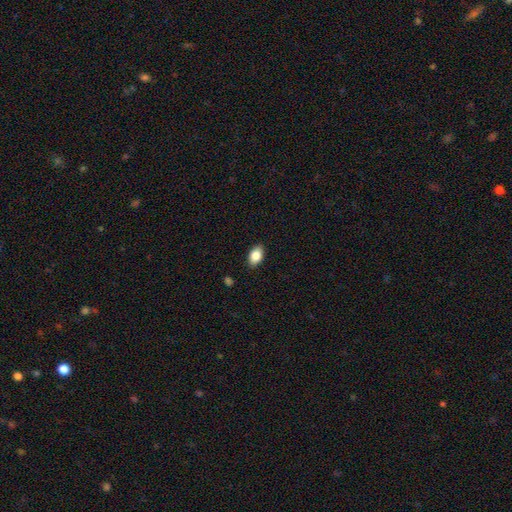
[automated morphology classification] The model was most divided on "smooth or featured": smooth: 85%, star or artifact: 7%, featured or disk: 7%. More confident: how rounded — in between (90%); merging — none (88%).